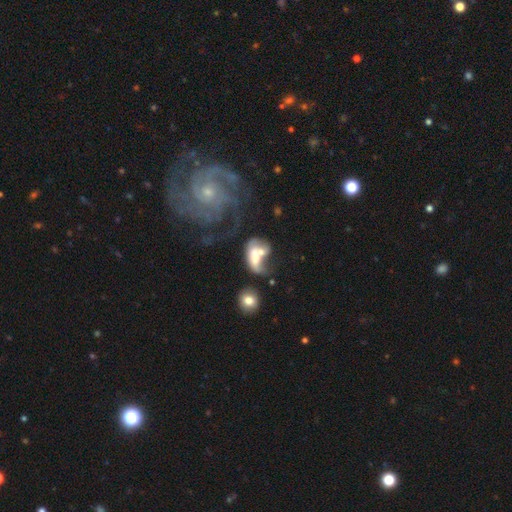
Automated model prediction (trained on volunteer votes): The model was most divided on "smooth or featured": featured or disk: 48%, smooth: 42%, star or artifact: 10%. More confident: merging — merger (57%).